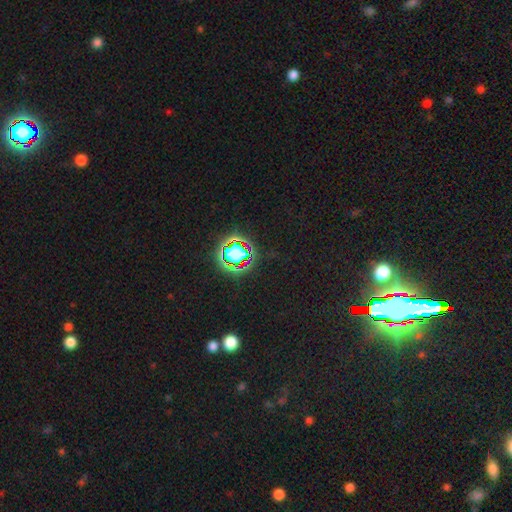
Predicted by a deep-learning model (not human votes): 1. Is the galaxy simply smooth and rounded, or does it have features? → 82% star or artifact, 10% smooth, 8% featured or disk.